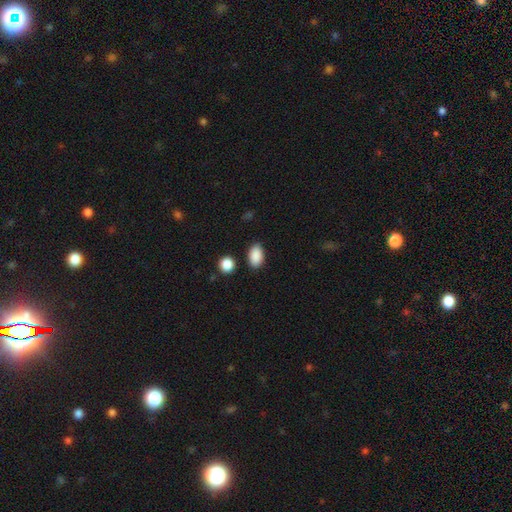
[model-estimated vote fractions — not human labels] This appears to be a smooth galaxy with no disk features (89%) that is in between round and cigar-shaped (90%). Merging: none (85%).